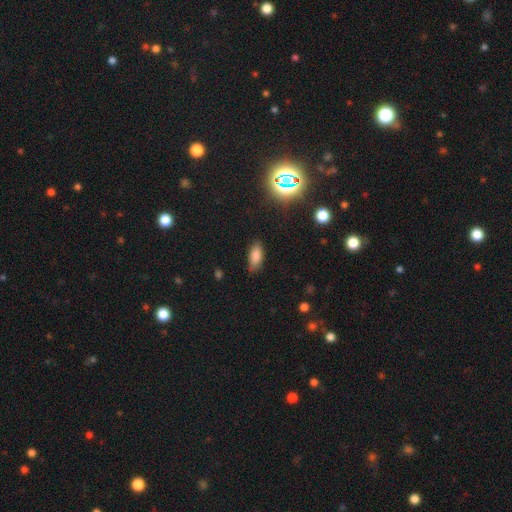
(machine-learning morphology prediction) A smooth galaxy with no disk features (78%) that is in between round and cigar-shaped (83%). Merging: none (77%).